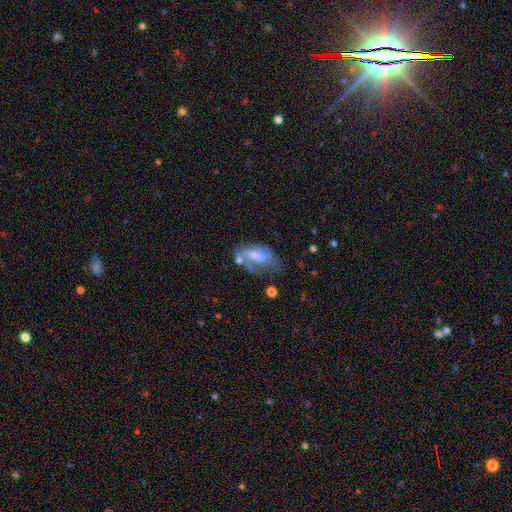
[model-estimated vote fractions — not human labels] Q: Smooth or featured?
A: featured or disk (58%); runner-up: smooth (33%)
Q: Edge-on disk?
A: no (91%); runner-up: yes (9%)
Q: Bar?
A: weak (38%); runner-up: no (37%)
Q: Spiral arms?
A: yes (56%); runner-up: no (44%)
Q: Bulge size?
A: small (35%); runner-up: moderate (32%)
Q: Merging?
A: none (34%); runner-up: major disturbance (28%)